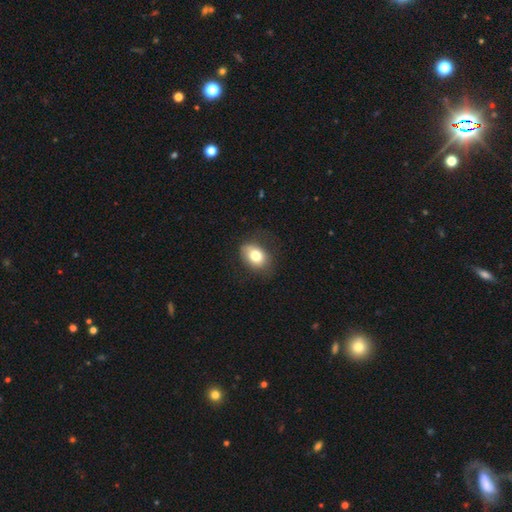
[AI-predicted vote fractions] smooth-or-featured: smooth: 76% | featured or disk: 15% | star or artifact: 9%
  how-rounded: in between: 77% | round: 22% | cigar-shaped: 1%
  merging: none: 71% | minor disturbance: 21% | major disturbance: 7% | merger: 1%